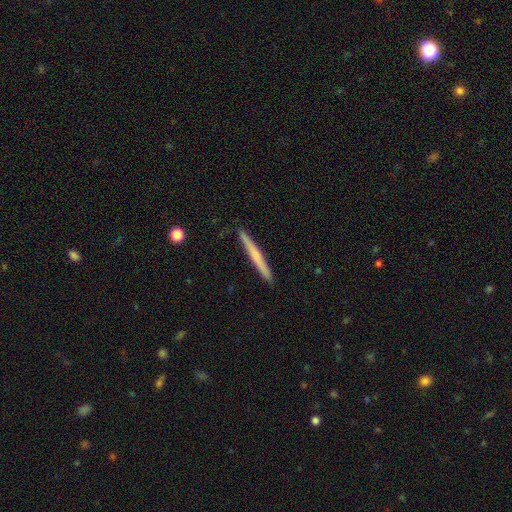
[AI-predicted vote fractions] Overall: smooth (53%; featured or disk 41%). How rounded: cigar-shaped (97%). Merging: none (91%).